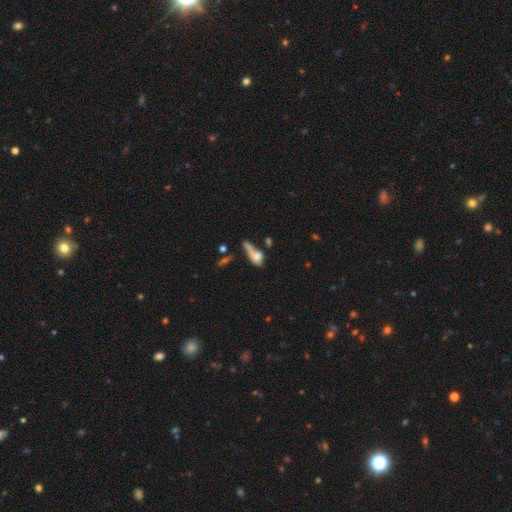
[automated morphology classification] smooth_or_featured: smooth (p=0.64) [alt: featured or disk p=0.24]
how_rounded: in between (p=0.59) [alt: round p=0.23]
merging: merger (p=0.38) [alt: major disturbance p=0.24]